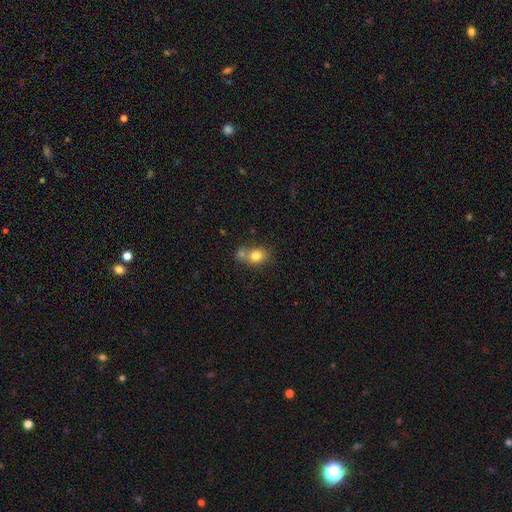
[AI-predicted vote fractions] Smooth or featured: smooth — 79% (featured or disk — 11%)
How rounded: round — 55% (in between — 43%)
Merging: merger — 43% (none — 42%)